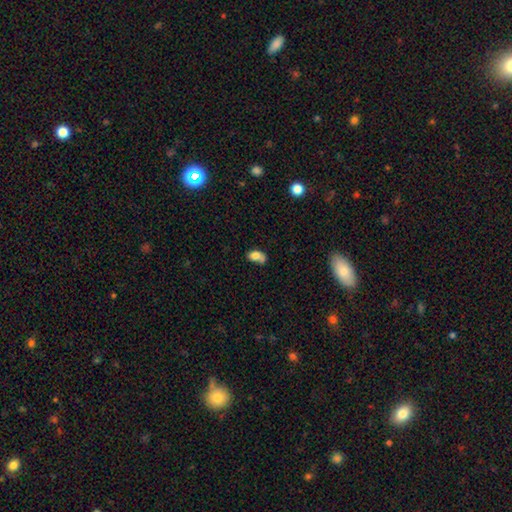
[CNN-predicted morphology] smooth-or-featured: smooth: 76% | featured or disk: 14% | star or artifact: 10%
  how-rounded: in between: 83% | round: 15% | cigar-shaped: 2%
  merging: none: 35% | minor disturbance: 27% | merger: 23% | major disturbance: 15%